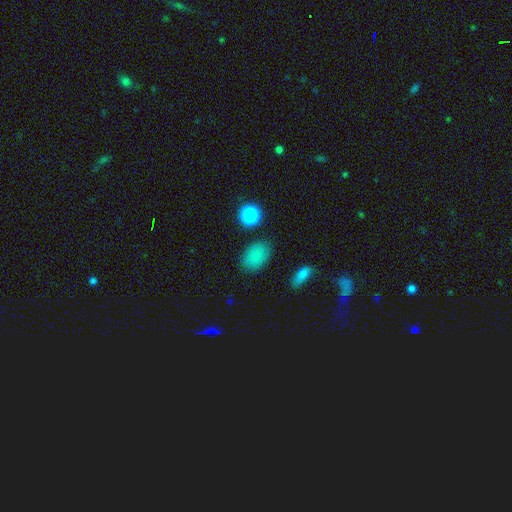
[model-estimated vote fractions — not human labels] A smooth galaxy with no disk features (84%) that is in between round and cigar-shaped (84%).

Vote fractions:
- Smooth or featured? smooth: 84% / star or artifact: 10% / featured or disk: 6%
- How rounded? in between: 84% / round: 15% / cigar-shaped: 1%
- Merging? none: 83% / minor disturbance: 11% / major disturbance: 3% / merger: 2%